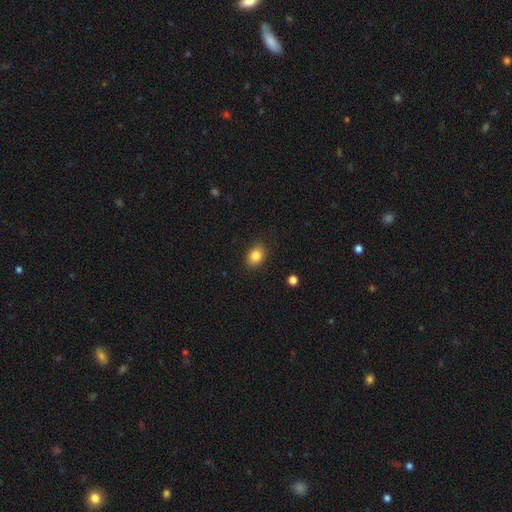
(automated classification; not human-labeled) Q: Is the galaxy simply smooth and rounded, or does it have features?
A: smooth — 85%.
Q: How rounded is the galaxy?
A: in between — 71%.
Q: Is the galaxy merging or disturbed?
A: none — 88%.